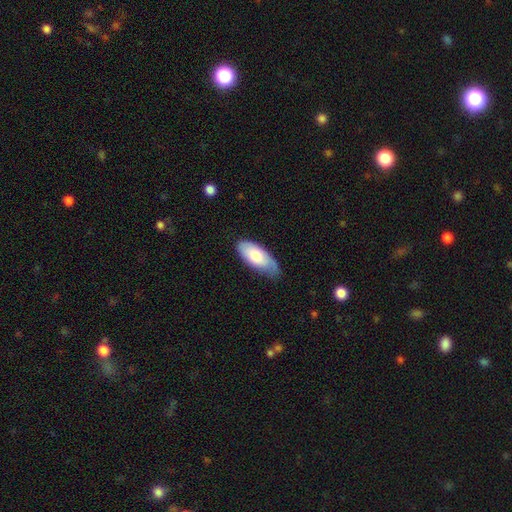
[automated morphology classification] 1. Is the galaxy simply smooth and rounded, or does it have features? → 69% smooth, 25% featured or disk, 6% star or artifact.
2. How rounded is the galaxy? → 89% in between, 9% cigar-shaped, 2% round.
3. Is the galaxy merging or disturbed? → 61% none, 32% minor disturbance, 6% major disturbance, 1% merger.